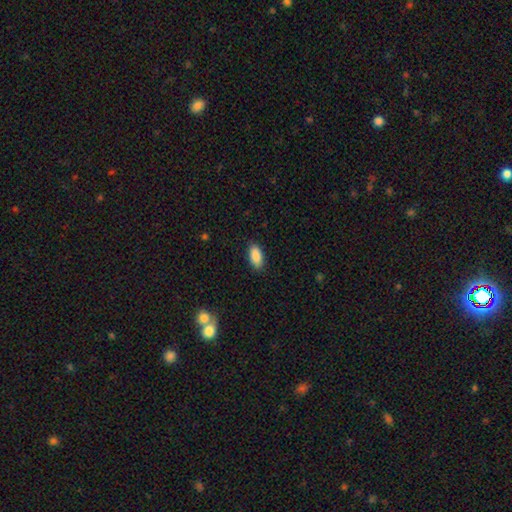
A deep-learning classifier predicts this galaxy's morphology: This is clearly a smooth galaxy (89%). How rounded: clearly in between (89%). Merging: clearly none (88%).